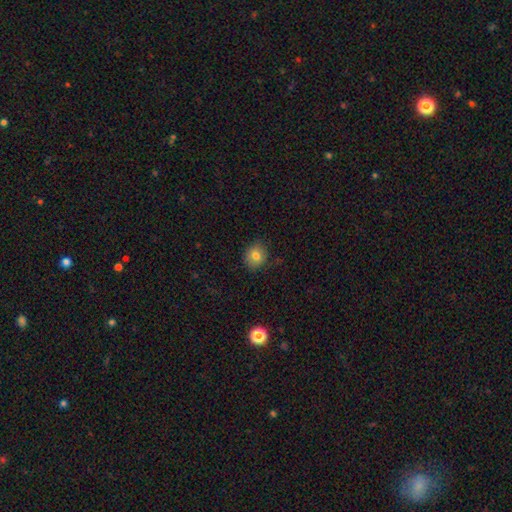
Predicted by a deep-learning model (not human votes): Q: Smooth or featured?
A: smooth (79%); runner-up: star or artifact (11%)
Q: How rounded?
A: round (71%); runner-up: in between (28%)
Q: Merging?
A: none (83%); runner-up: minor disturbance (13%)